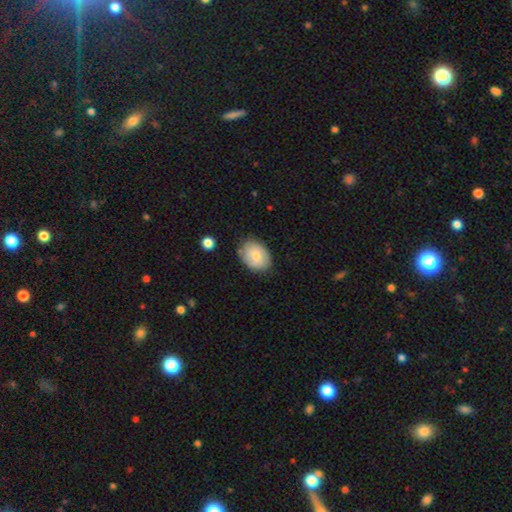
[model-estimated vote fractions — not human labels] The model was most divided on "how rounded": in between: 71%, round: 28%, cigar-shaped: 1%. More confident: merging — none (77%); smooth or featured — smooth (73%).